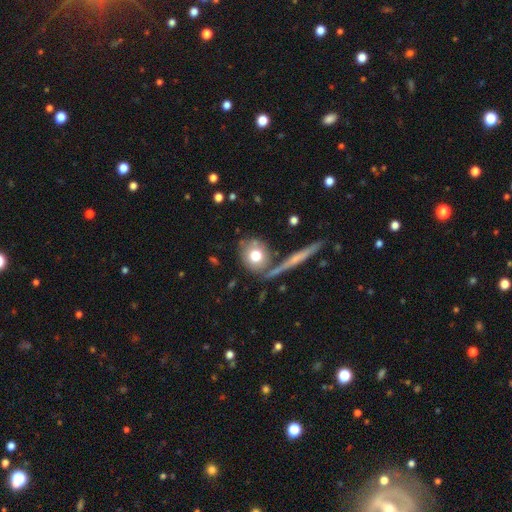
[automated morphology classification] This is likely a smooth galaxy (72%). How rounded: likely round (77%). Merging: likely none (67%).